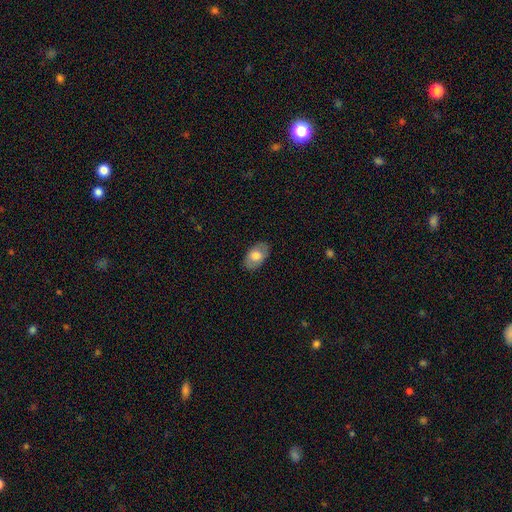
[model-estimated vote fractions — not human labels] Q: Smooth or featured?
A: smooth (71%); runner-up: featured or disk (23%)
Q: How rounded?
A: in between (91%); runner-up: round (7%)
Q: Merging?
A: none (84%); runner-up: minor disturbance (12%)